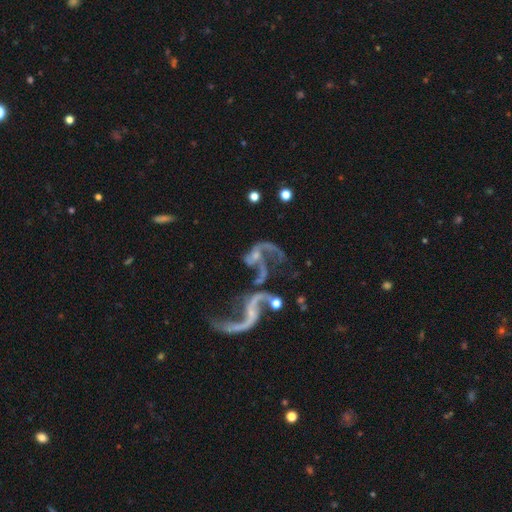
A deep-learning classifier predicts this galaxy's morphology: smooth-or-featured: featured or disk: 79% | star or artifact: 13% | smooth: 8%
  disk-edge-on: no: 96% | yes: 4%
    bar: no: 64% | weak: 26% | strong: 10%
    has-spiral-arms: yes: 75% | no: 25%
      spiral-winding: loose: 90% | medium: 8% | tight: 2%
      spiral-arm-count: 2: 63% | 1: 14% | can't tell: 9% | 3: 7% | 4: 4% | more than 4: 3%
    bulge-size: small: 49% | none: 35% | moderate: 13% | large: 2% | dominant: 1%
  merging: merger: 39% | major disturbance: 32% | none: 19% | minor disturbance: 9%